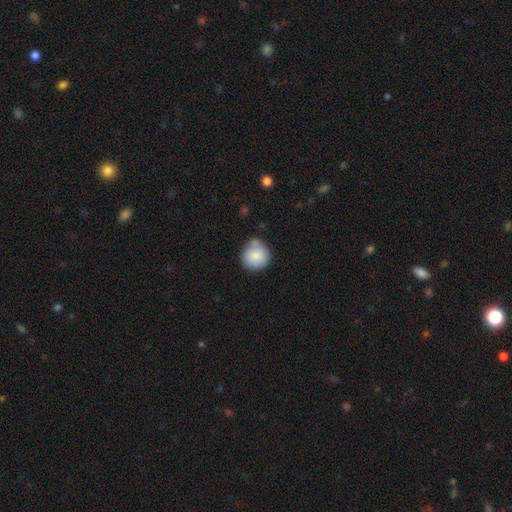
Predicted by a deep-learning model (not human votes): This is clearly a smooth galaxy (83%). How rounded: clearly round (91%). Merging: likely none (66%).